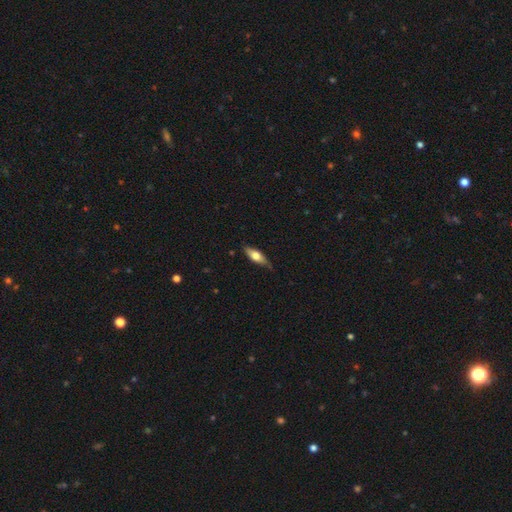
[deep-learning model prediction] This appears to be a smooth galaxy with no disk features (54%) that is in between round and cigar-shaped (54%). Merging: none (72%).